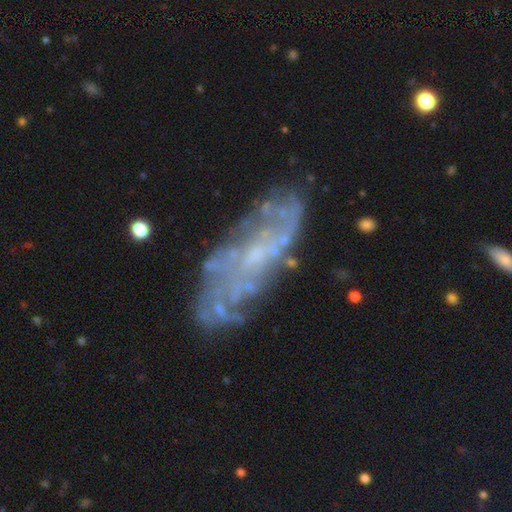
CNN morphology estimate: A featured or disk galaxy (79%) with no bar (66%), tight (44%) spiral arms (79%) and a small central bulge (65%). Merging: none (72%).